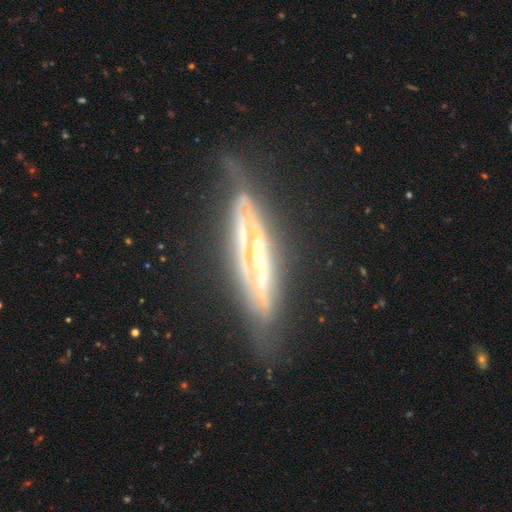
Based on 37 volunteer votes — Q: Smooth or featured?
A: featured or disk (78%); runner-up: smooth (16%)
Q: Edge-on disk?
A: yes (72%); runner-up: no (28%)
Q: Edge-on bulge?
A: rounded (52%); runner-up: none (38%)
Q: Merging?
A: none (46%); runner-up: minor disturbance (34%)